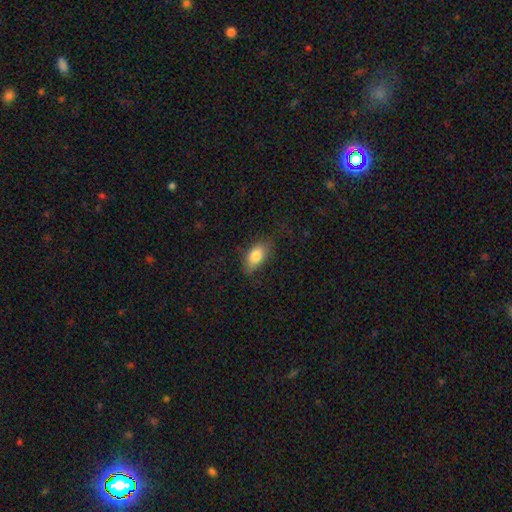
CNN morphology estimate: Overall: smooth (82%). How rounded: in between (90%). Merging: none (71%).